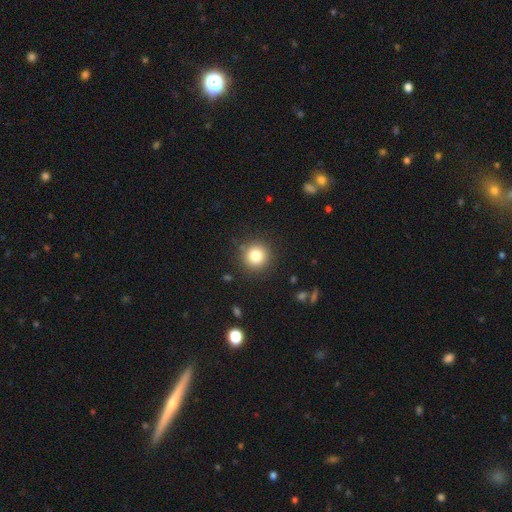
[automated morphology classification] This is clearly a smooth galaxy (82%). How rounded: clearly round (94%). Merging: clearly none (89%).